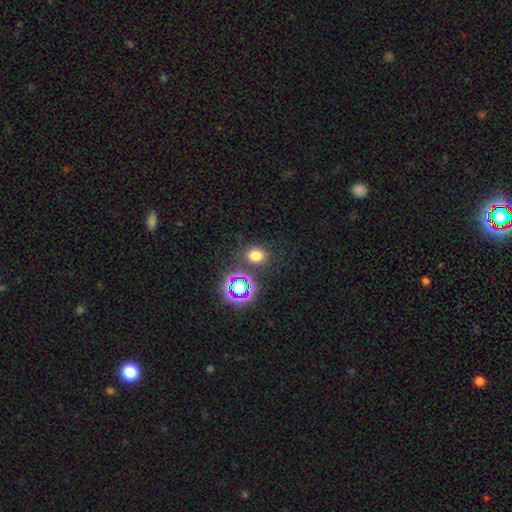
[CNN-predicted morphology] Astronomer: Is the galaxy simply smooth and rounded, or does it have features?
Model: smooth — 70%.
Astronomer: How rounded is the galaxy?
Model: round — 64%.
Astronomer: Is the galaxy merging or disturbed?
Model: none — 81%.